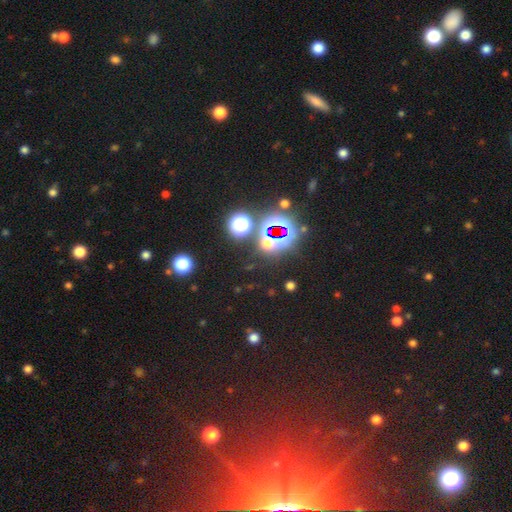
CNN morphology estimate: The model was most divided on "smooth or featured": star or artifact: 76%, smooth: 16%, featured or disk: 9%.